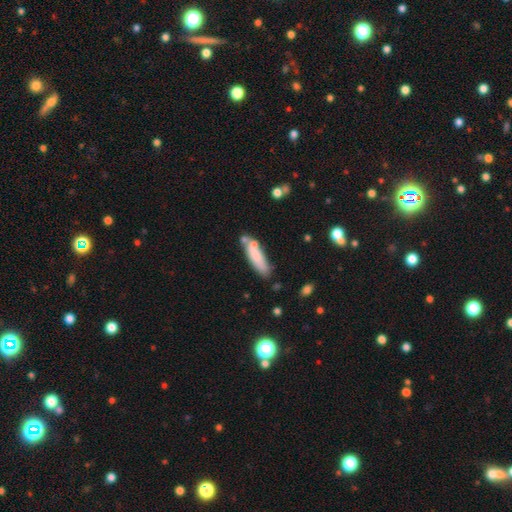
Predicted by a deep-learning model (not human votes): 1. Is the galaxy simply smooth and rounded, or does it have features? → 76% smooth, 17% featured or disk, 7% star or artifact.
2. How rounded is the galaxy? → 63% cigar-shaped, 36% in between, 2% round.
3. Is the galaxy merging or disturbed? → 60% none, 20% minor disturbance, 14% merger, 5% major disturbance.